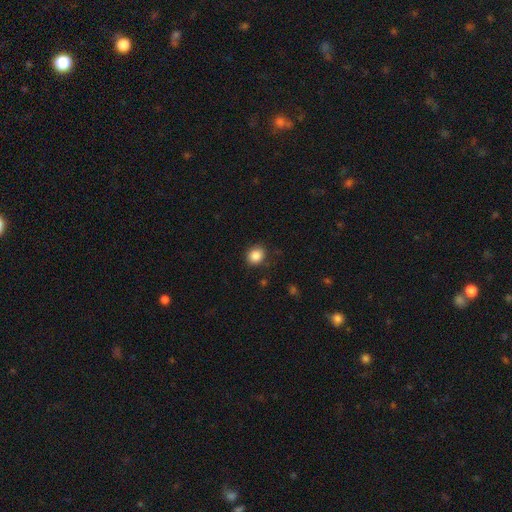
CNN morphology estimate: A smooth galaxy with no disk features (87%) that is round (72%). Merging: none (84%).